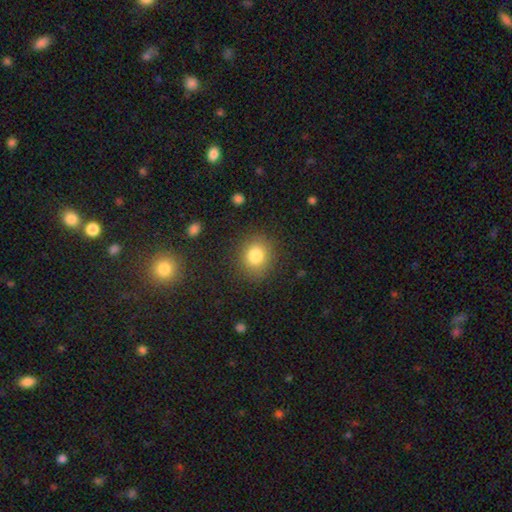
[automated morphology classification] Smooth or featured? Predicted: smooth (p=0.82). How rounded? Predicted: round (p=0.73). Merging? Predicted: none (p=0.85).